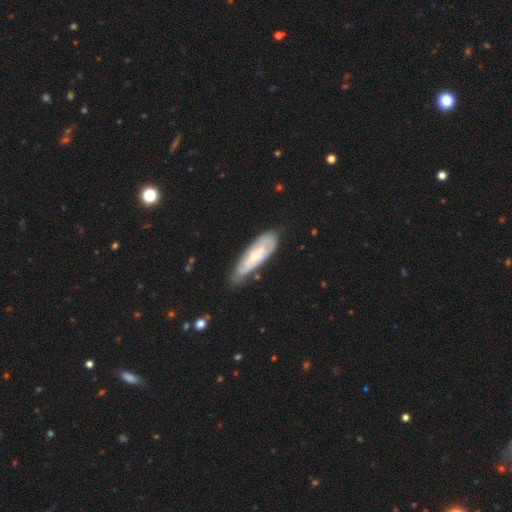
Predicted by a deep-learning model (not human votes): A featured or disk galaxy (65%) with no bar (72%), spiral arms (79%) and a small central bulge (58%). Merging: none (69%).